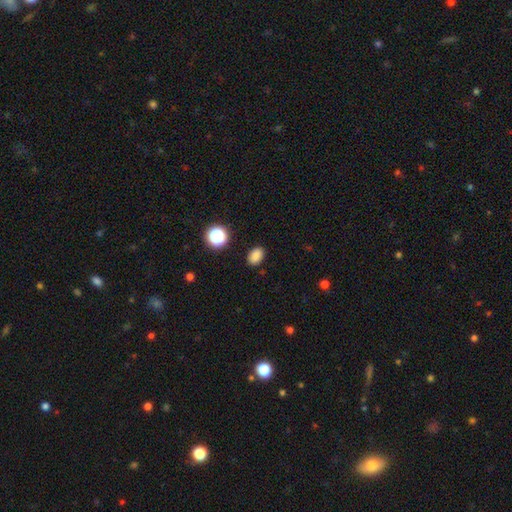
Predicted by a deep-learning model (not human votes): Smooth or featured? smooth (84%)
How rounded? in between (75%)
Merging? none (87%)